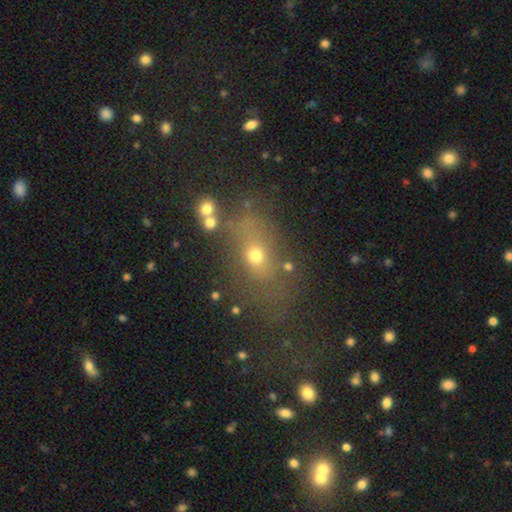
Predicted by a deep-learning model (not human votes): Q: Smooth or featured?
A: smooth (58%); runner-up: star or artifact (21%)
Q: How rounded?
A: in between (65%); runner-up: round (29%)
Q: Merging?
A: none (55%); runner-up: minor disturbance (19%)